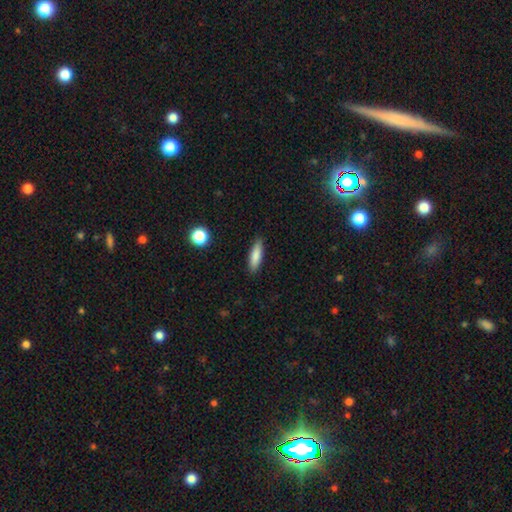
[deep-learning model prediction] Morphology: type=smooth (83%); roundness=cigar-shaped (56%); merging=none (87%).